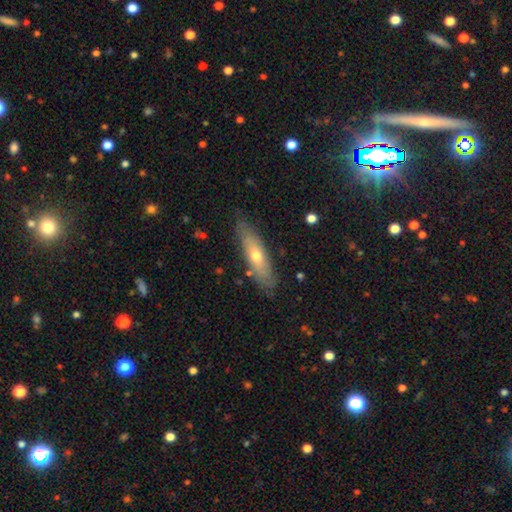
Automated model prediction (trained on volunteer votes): smooth-or-featured: featured or disk: 52% | smooth: 40% | star or artifact: 8%
  disk-edge-on: yes: 57% | no: 43%
  merging: none: 83% | minor disturbance: 13% | major disturbance: 3% | merger: 1%